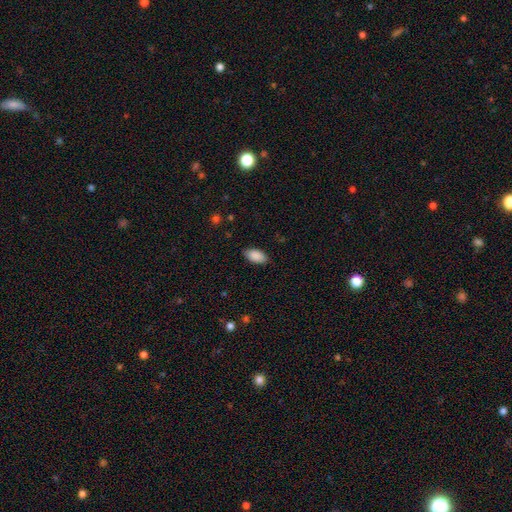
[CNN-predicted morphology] A smooth galaxy with no disk features (90%) that is in between round and cigar-shaped (94%).

Vote fractions:
- Smooth or featured? smooth: 90% / star or artifact: 7% / featured or disk: 4%
- How rounded? in between: 94% / round: 3% / cigar-shaped: 3%
- Merging? none: 85% / minor disturbance: 11% / major disturbance: 3% / merger: 1%